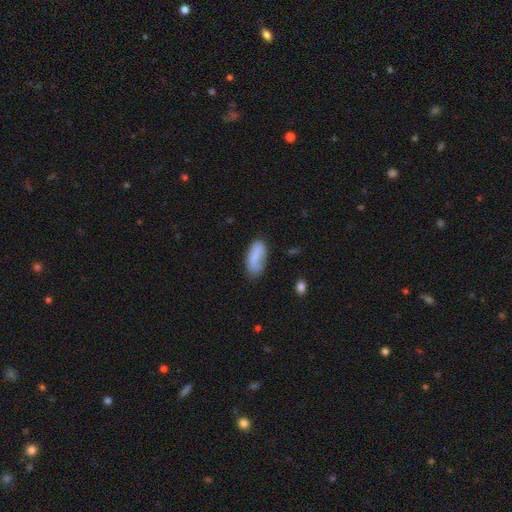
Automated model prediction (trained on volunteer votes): A smooth galaxy with no disk features (74%) that is in between round and cigar-shaped (90%).

Vote fractions:
- Smooth or featured? smooth: 74% / featured or disk: 19% / star or artifact: 7%
- How rounded? in between: 90% / cigar-shaped: 7% / round: 3%
- Merging? none: 56% / minor disturbance: 28% / major disturbance: 11% / merger: 4%